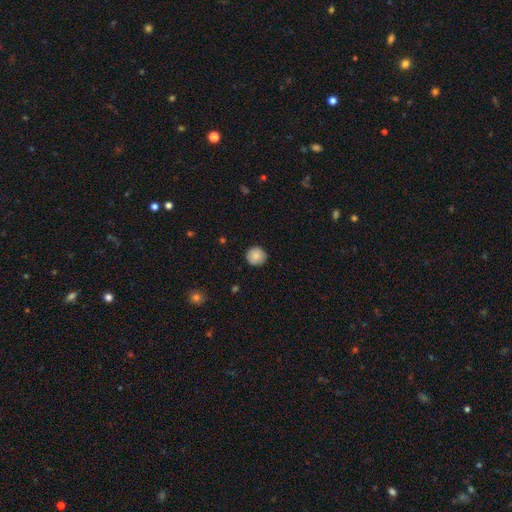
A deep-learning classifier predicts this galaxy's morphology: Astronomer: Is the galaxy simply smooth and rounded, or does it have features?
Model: smooth — 85%.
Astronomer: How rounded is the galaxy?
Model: round — 94%.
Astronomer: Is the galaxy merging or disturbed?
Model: none — 89%.